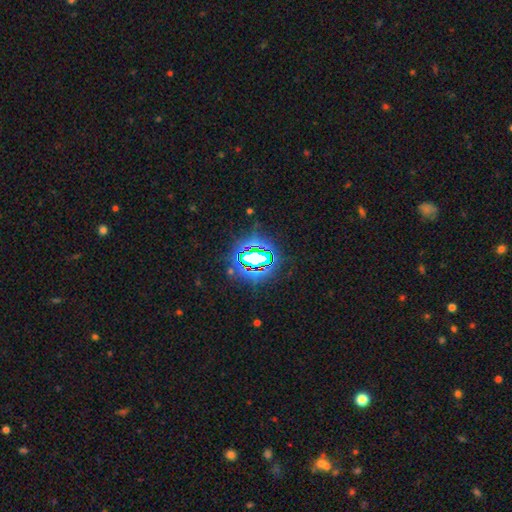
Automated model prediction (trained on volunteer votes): This is likely a star or artifact rather than a galaxy (80%).